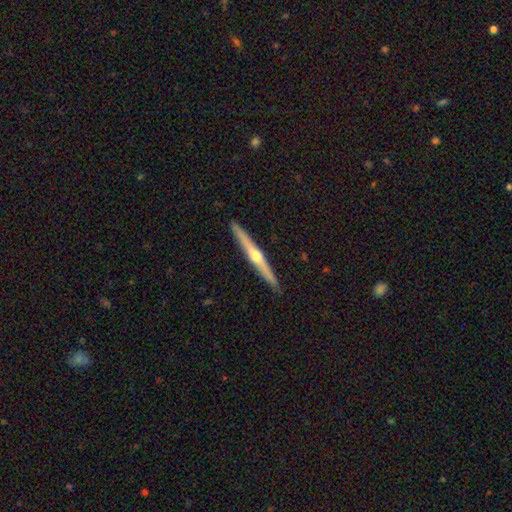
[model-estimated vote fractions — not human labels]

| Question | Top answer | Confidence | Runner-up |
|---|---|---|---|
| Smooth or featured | featured or disk | 78% | smooth (17%) |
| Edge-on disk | yes | 98% | no (2%) |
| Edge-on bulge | rounded | 91% | none (7%) |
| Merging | none | 93% | minor disturbance (5%) |